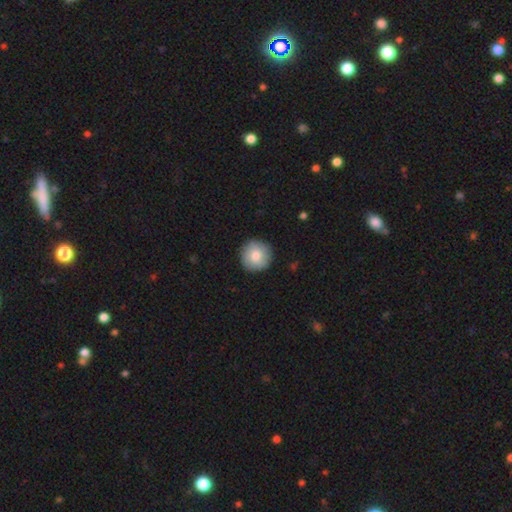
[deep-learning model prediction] Q: Smooth or featured?
A: smooth (81%); runner-up: featured or disk (12%)
Q: How rounded?
A: round (94%); runner-up: in between (5%)
Q: Merging?
A: none (89%); runner-up: minor disturbance (8%)